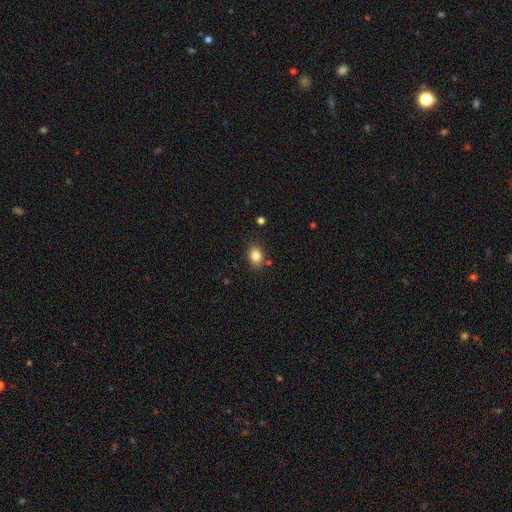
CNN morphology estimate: A smooth galaxy with no disk features (84%) that is in between round and cigar-shaped (62%).

Vote fractions:
- Smooth or featured? smooth: 84% / star or artifact: 10% / featured or disk: 6%
- How rounded? in between: 62% / round: 37% / cigar-shaped: 1%
- Merging? none: 82% / minor disturbance: 12% / merger: 4% / major disturbance: 3%